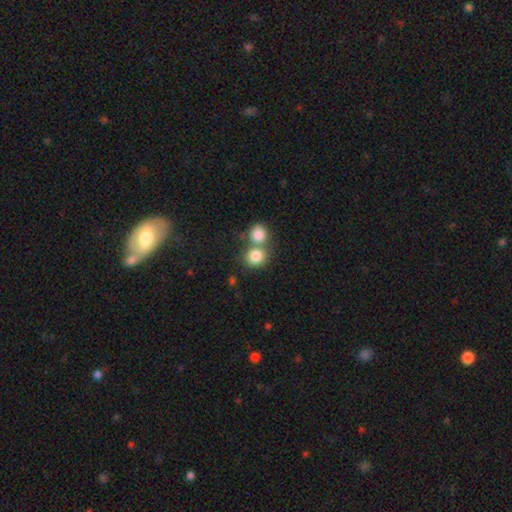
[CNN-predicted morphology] Smooth or featured: smooth — 83% (star or artifact — 9%)
How rounded: round — 80% (in between — 19%)
Merging: merger — 46% (none — 43%)